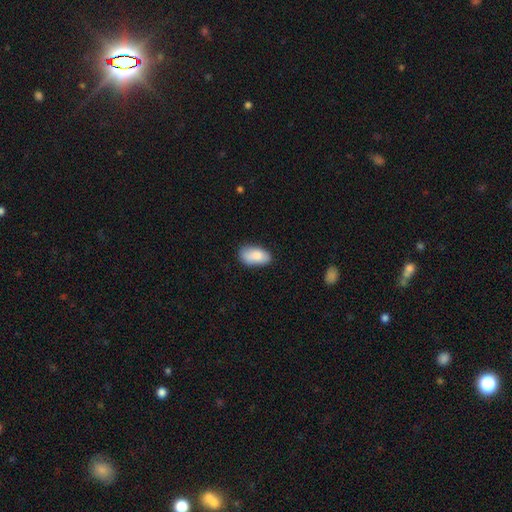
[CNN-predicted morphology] Q: Smooth or featured?
A: smooth (84%); runner-up: featured or disk (9%)
Q: How rounded?
A: in between (94%); runner-up: round (4%)
Q: Merging?
A: none (74%); runner-up: minor disturbance (21%)